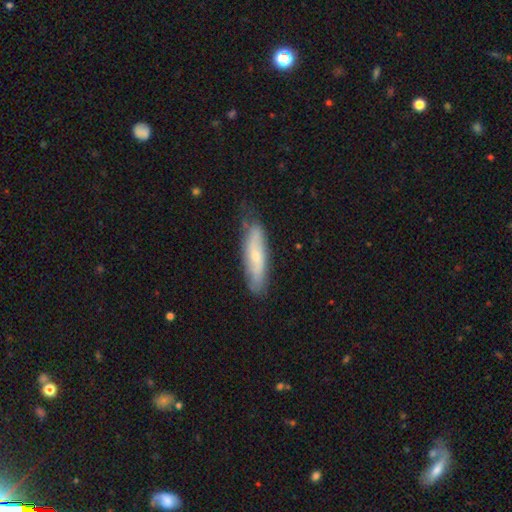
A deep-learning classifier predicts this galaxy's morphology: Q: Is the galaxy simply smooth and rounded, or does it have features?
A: smooth — 48%.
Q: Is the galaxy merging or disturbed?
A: none — 71%.